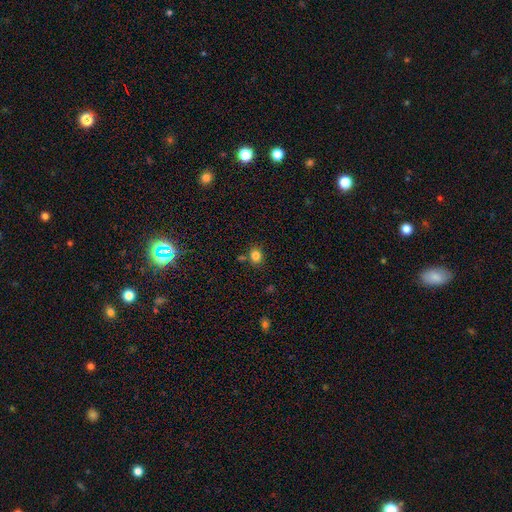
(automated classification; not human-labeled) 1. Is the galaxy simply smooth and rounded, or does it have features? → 82% smooth, 13% star or artifact, 6% featured or disk.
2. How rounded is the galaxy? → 66% round, 33% in between, 1% cigar-shaped.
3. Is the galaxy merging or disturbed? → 77% none, 11% minor disturbance, 9% merger, 3% major disturbance.